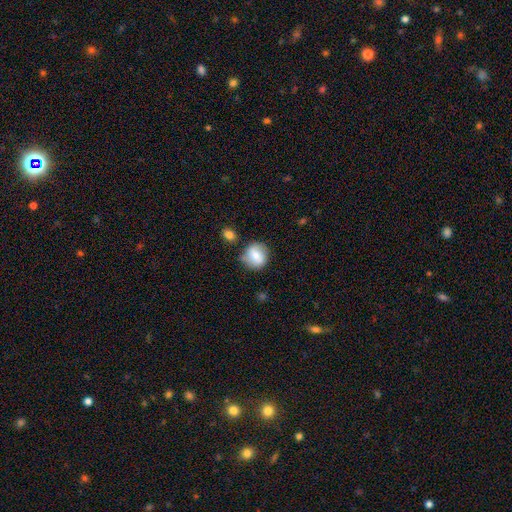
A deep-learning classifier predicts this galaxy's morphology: Overall: smooth (71%). How rounded: round (83%). Merging: none (68%).